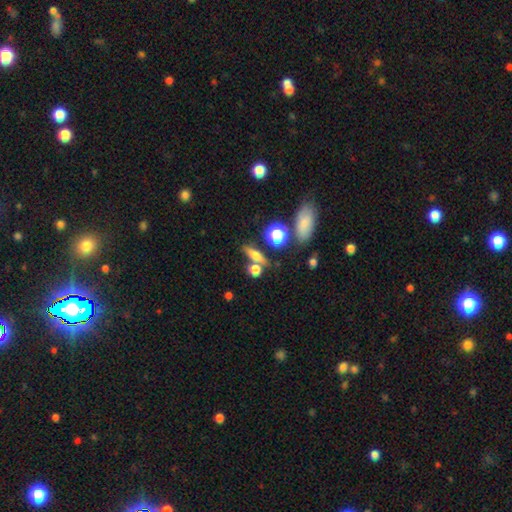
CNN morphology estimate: This is possibly a smooth galaxy (56%). How rounded: possibly cigar-shaped (45%). Merging: likely none (65%).